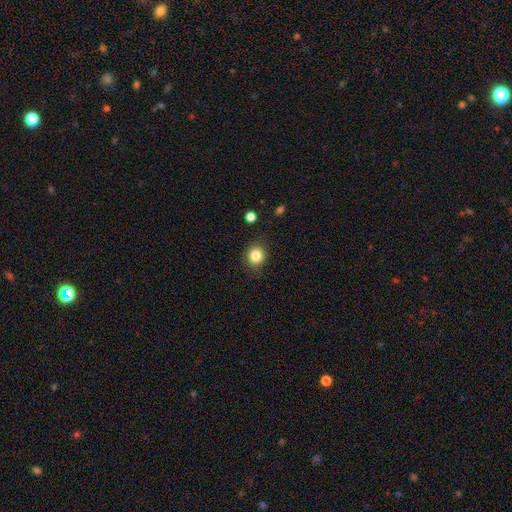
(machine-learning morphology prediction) smooth_or_featured: smooth (p=0.84) [alt: star or artifact p=0.11]
how_rounded: round (p=0.80) [alt: in between p=0.19]
merging: none (p=0.84) [alt: minor disturbance p=0.11]